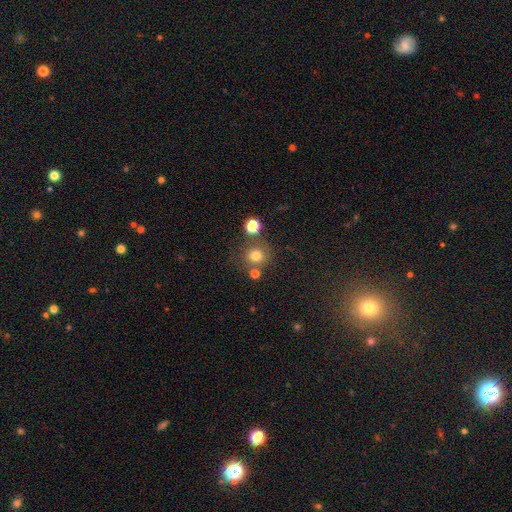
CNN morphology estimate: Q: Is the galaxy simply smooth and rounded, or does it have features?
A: smooth — 76%.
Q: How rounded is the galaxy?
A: round — 89%.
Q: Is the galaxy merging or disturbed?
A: none — 73%.